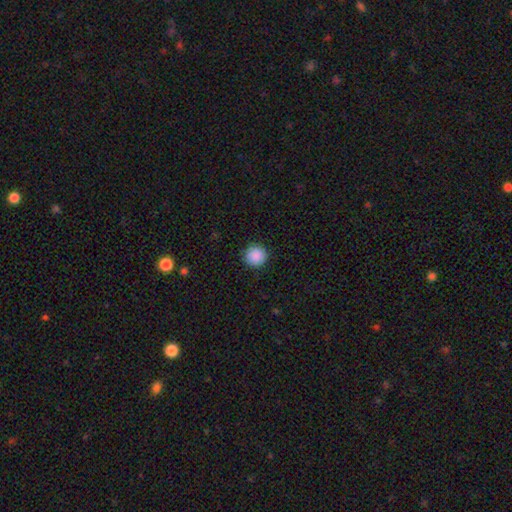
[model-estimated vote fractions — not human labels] Smooth or featured: smooth — 89% (star or artifact — 8%)
How rounded: round — 95% (in between — 4%)
Merging: none — 92% (minor disturbance — 5%)